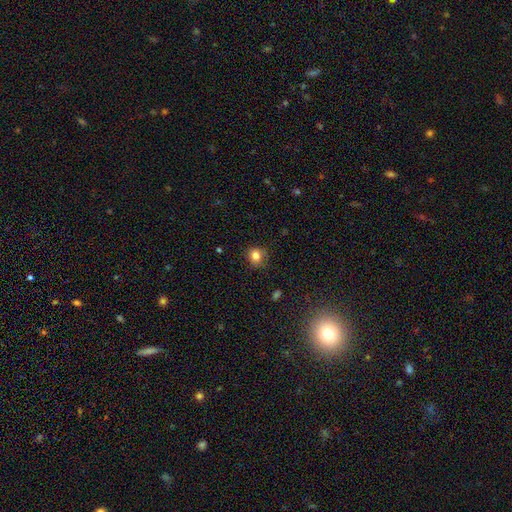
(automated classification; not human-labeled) Smooth or featured?
  - smooth: 82% *
  - star or artifact: 12%
  - featured or disk: 6%
How rounded?
  - round: 81% *
  - in between: 18%
  - cigar-shaped: 1%
Merging?
  - none: 79% *
  - minor disturbance: 16%
  - major disturbance: 3%
  - merger: 1%